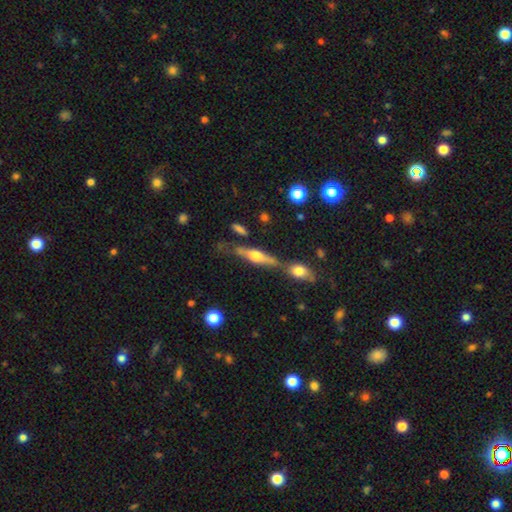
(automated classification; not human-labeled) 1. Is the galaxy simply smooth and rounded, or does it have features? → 60% featured or disk, 32% smooth, 8% star or artifact.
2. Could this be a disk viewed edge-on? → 90% yes, 10% no.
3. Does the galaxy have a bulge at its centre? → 85% rounded, 11% boxy, 4% none.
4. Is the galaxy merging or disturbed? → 52% none, 26% merger, 16% minor disturbance, 6% major disturbance.